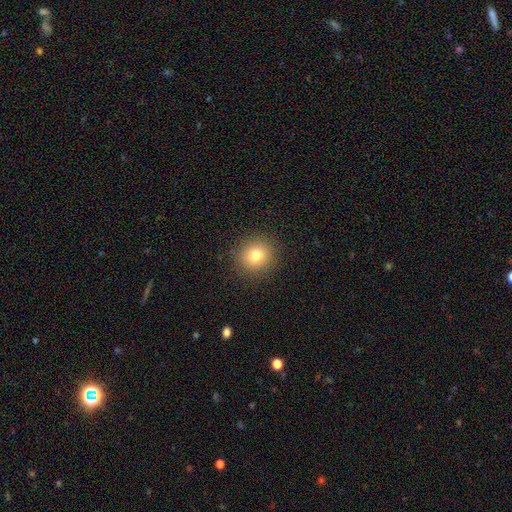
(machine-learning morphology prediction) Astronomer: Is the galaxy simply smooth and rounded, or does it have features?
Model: smooth — 77%.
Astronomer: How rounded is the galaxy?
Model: round — 89%.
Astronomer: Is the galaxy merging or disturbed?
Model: none — 90%.